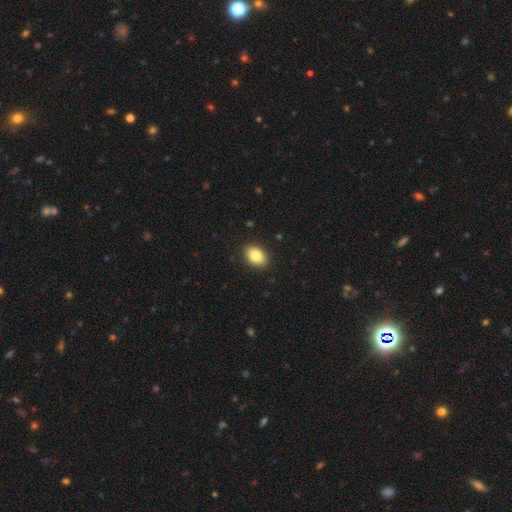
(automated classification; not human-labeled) smooth_or_featured: smooth (p=0.86) [alt: star or artifact p=0.08]
how_rounded: in between (p=0.80) [alt: round p=0.19]
merging: none (p=0.89) [alt: minor disturbance p=0.08]